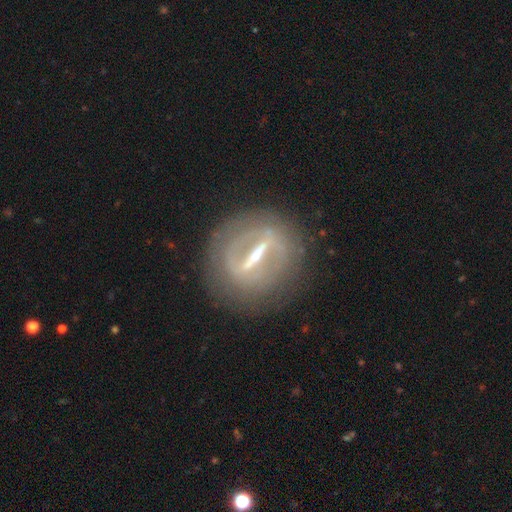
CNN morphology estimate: Smooth or featured: featured or disk — 81% (smooth — 12%)
Edge-on disk: no — 76% (yes — 24%)
Bar: strong — 84% (weak — 12%)
Spiral arms: no — 57% (yes — 43%)
Bulge size: small — 58% (moderate — 31%)
Merging: none — 80% (minor disturbance — 12%)